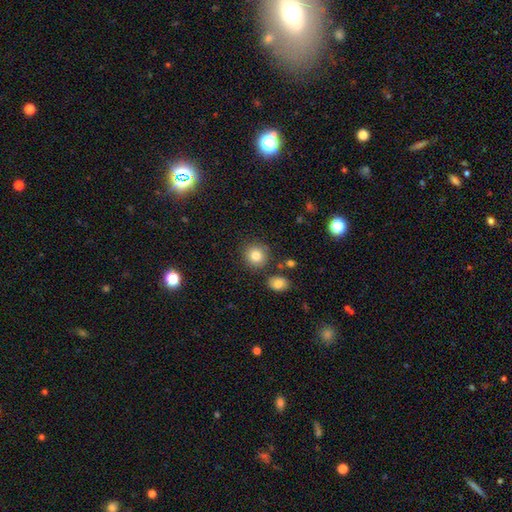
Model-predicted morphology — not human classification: smooth-or-featured: smooth: 83% | star or artifact: 10% | featured or disk: 7%
  how-rounded: round: 89% | in between: 11% | cigar-shaped: 1%
  merging: none: 83% | minor disturbance: 9% | merger: 5% | major disturbance: 3%